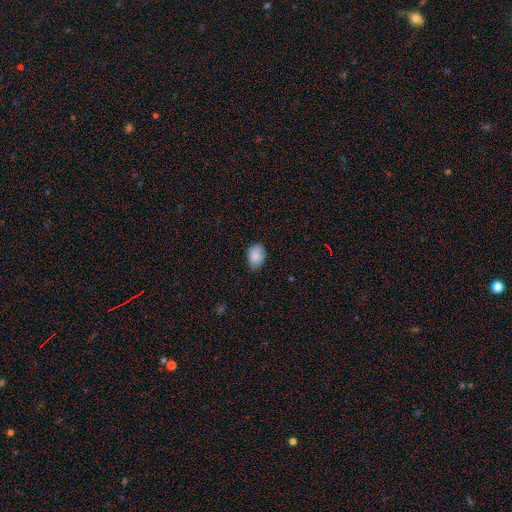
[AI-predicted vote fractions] This appears to be a smooth galaxy with no disk features (87%) that is in between round and cigar-shaped (80%). Merging: none (74%).